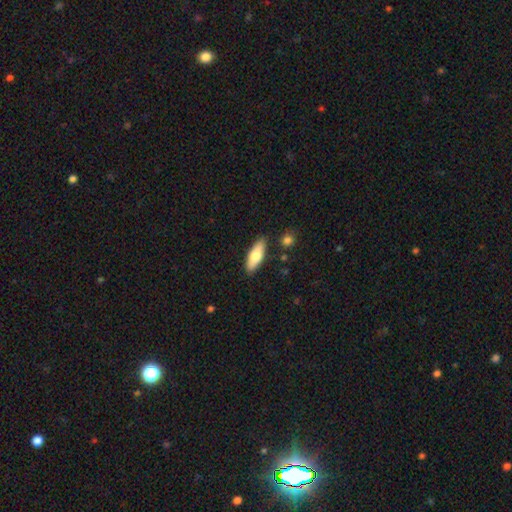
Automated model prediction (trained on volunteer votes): Smooth or featured: smooth — 70% (featured or disk — 24%)
How rounded: in between — 67% (cigar-shaped — 31%)
Merging: none — 85% (minor disturbance — 10%)